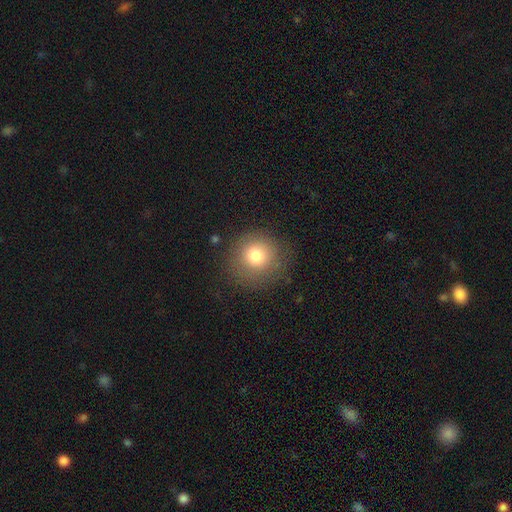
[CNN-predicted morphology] Q: Smooth or featured?
A: smooth (77%); runner-up: star or artifact (12%)
Q: How rounded?
A: round (92%); runner-up: in between (7%)
Q: Merging?
A: none (83%); runner-up: minor disturbance (10%)